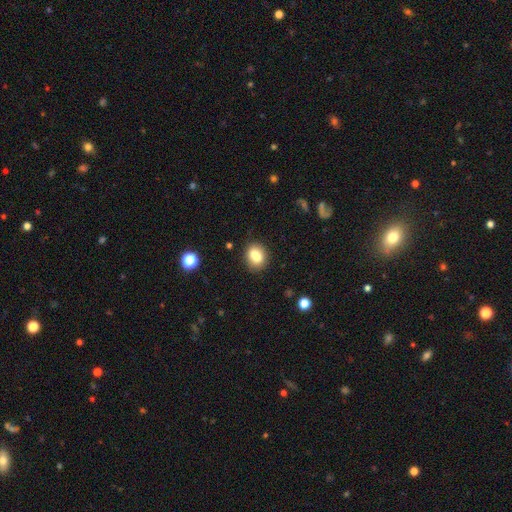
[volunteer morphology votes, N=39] type=smooth (69%); roundness=round (52%); merging=merger (57%).